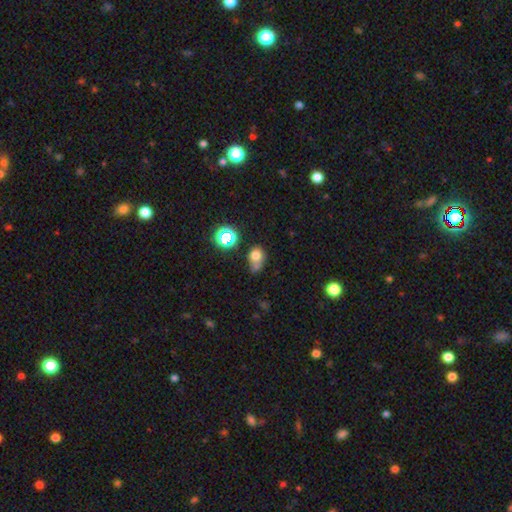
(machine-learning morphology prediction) Smooth or featured? smooth (70%)
How rounded? round (52%)
Merging? none (34%)